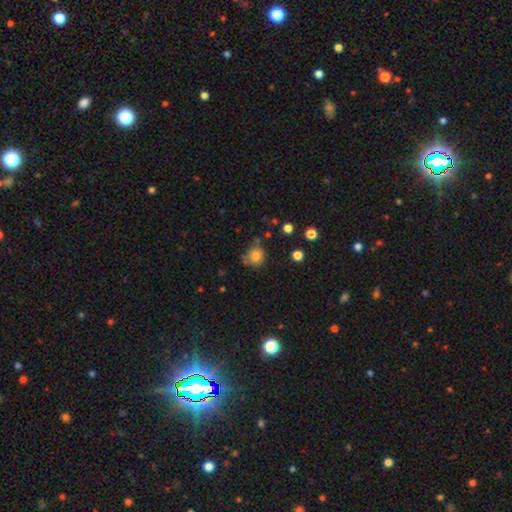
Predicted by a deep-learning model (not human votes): The model was most divided on "merging": none: 70%, minor disturbance: 17%, merger: 8%, major disturbance: 5%. More confident: how rounded — round (88%); smooth or featured — smooth (80%).